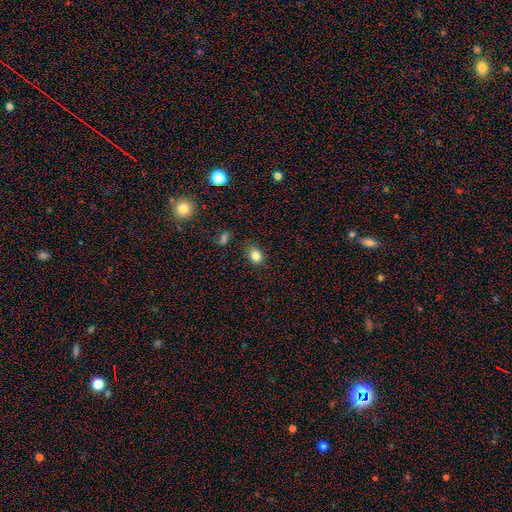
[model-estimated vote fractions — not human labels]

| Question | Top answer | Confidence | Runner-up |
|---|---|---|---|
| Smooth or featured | smooth | 82% | star or artifact (12%) |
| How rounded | in between | 53% | round (46%) |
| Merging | none | 82% | minor disturbance (13%) |